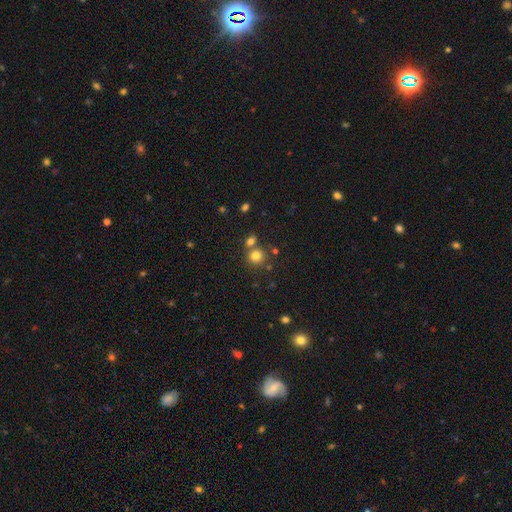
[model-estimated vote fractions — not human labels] Smooth or featured? Predicted: smooth (p=0.78). How rounded? Predicted: round (p=0.88). Merging? Predicted: none (p=0.63).